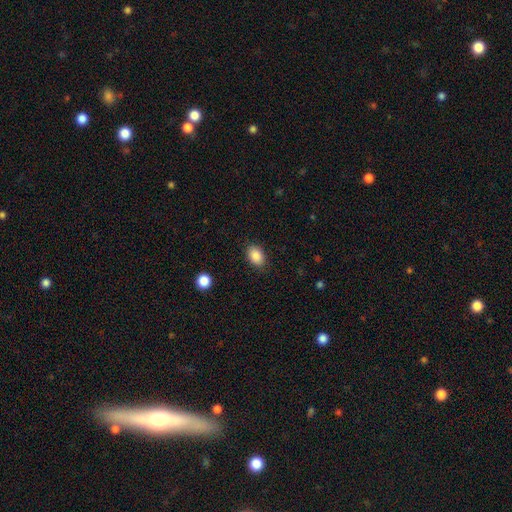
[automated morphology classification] The model was most divided on "how rounded": in between: 82%, round: 16%, cigar-shaped: 1%. More confident: smooth or featured — smooth (88%); merging — none (86%).